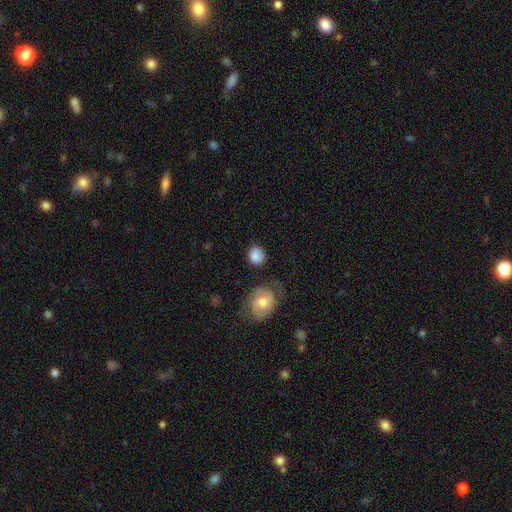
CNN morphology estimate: Smooth or featured?
  - smooth: 83% *
  - featured or disk: 10%
  - star or artifact: 7%
How rounded?
  - round: 67% *
  - in between: 31%
  - cigar-shaped: 1%
Merging?
  - none: 71% *
  - minor disturbance: 17%
  - major disturbance: 6%
  - merger: 6%